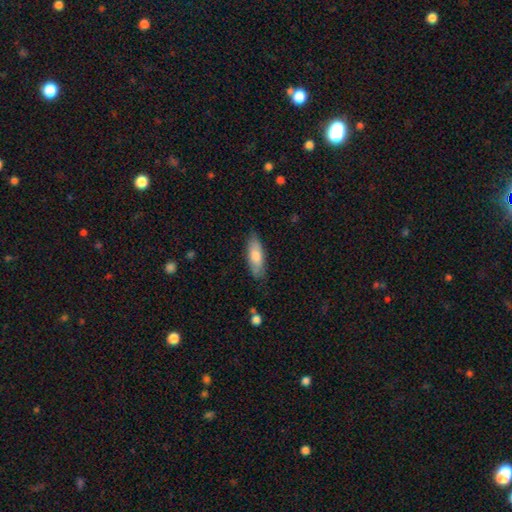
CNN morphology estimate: smooth 73%, featured or disk 21%, star or artifact 6%. Down the decision tree: how rounded — in between (63%); merging — none (84%).